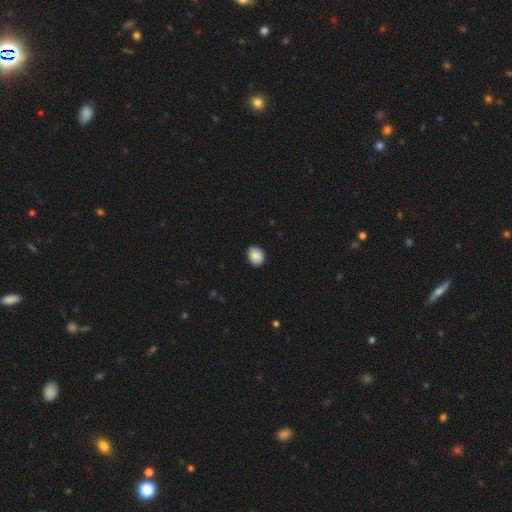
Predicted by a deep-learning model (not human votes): Smooth or featured? Predicted: smooth (p=0.89). How rounded? Predicted: in between (p=0.56). Merging? Predicted: none (p=0.89).